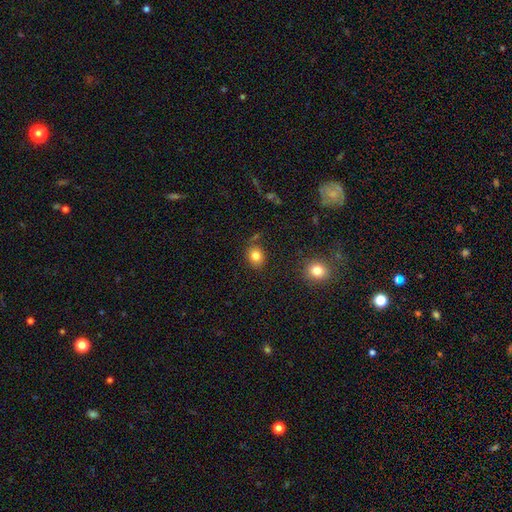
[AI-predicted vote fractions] Smooth or featured? Predicted: smooth (p=0.83). How rounded? Predicted: round (p=0.63). Merging? Predicted: none (p=0.78).